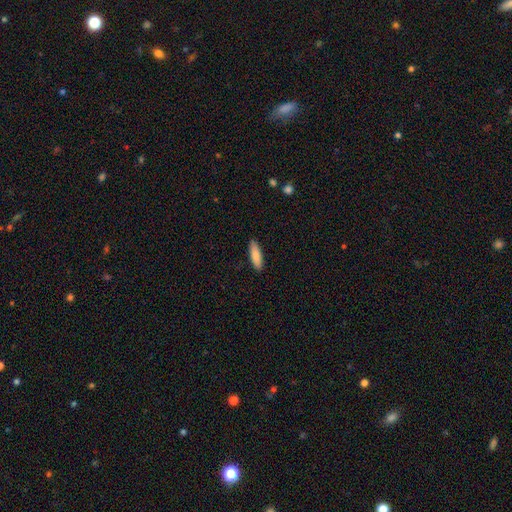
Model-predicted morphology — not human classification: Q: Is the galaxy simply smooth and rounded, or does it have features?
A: smooth — 85%.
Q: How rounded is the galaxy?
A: cigar-shaped — 57%.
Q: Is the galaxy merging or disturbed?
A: none — 90%.